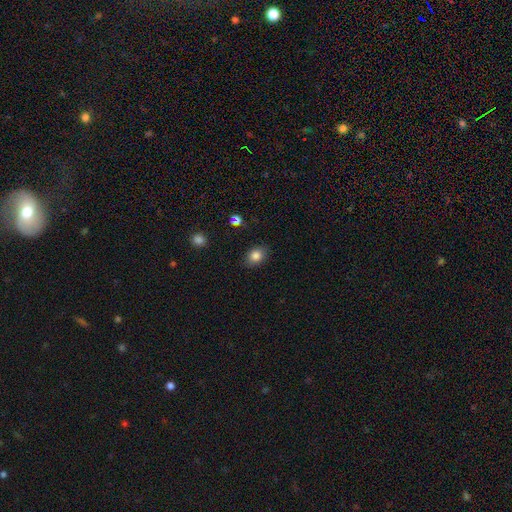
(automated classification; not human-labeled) Overall: smooth (82%). How rounded: in between (61%; round 38%). Merging: none (85%).